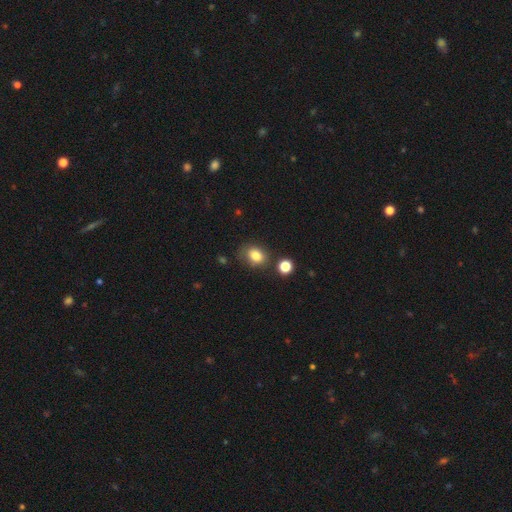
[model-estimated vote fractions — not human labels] The model was most divided on "how rounded": in between: 55%, round: 44%, cigar-shaped: 1%. More confident: smooth or featured — smooth (82%); merging — none (69%).